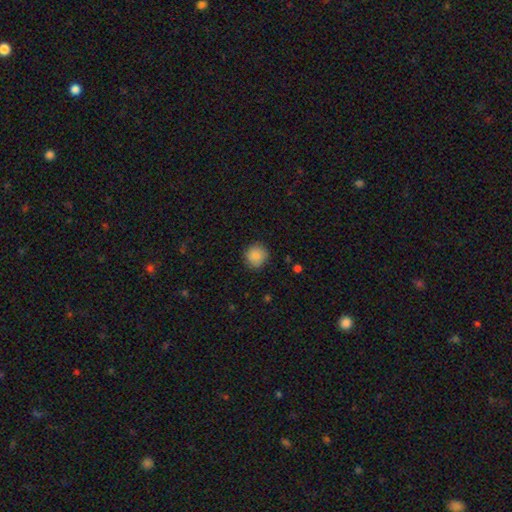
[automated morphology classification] Smooth or featured?
  - smooth: 86% *
  - star or artifact: 9%
  - featured or disk: 6%
How rounded?
  - round: 92% *
  - in between: 7%
  - cigar-shaped: 1%
Merging?
  - none: 85% *
  - minor disturbance: 11%
  - major disturbance: 3%
  - merger: 1%